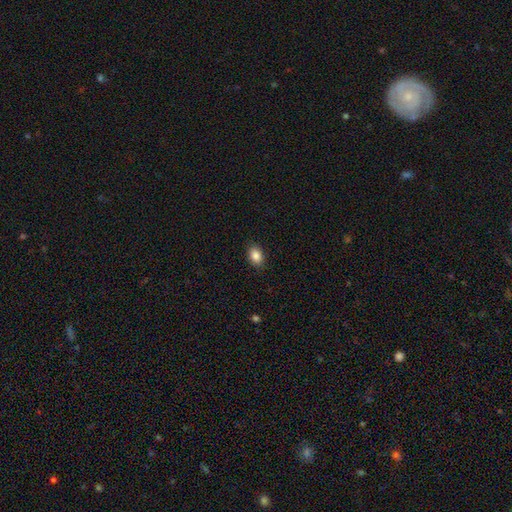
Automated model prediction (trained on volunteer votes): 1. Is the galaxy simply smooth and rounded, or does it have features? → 87% smooth, 9% star or artifact, 5% featured or disk.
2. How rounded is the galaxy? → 76% in between, 23% round, 1% cigar-shaped.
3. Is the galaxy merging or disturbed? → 88% none, 8% minor disturbance, 2% major disturbance, 1% merger.